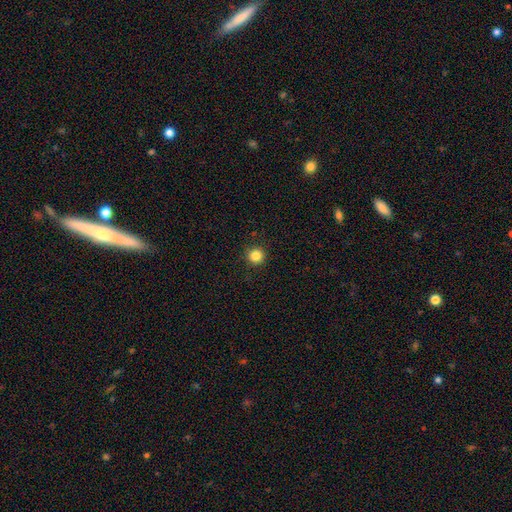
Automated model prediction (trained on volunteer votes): smooth 84%, star or artifact 12%, featured or disk 4%. Down the decision tree: how rounded — round (96%); merging — none (93%).